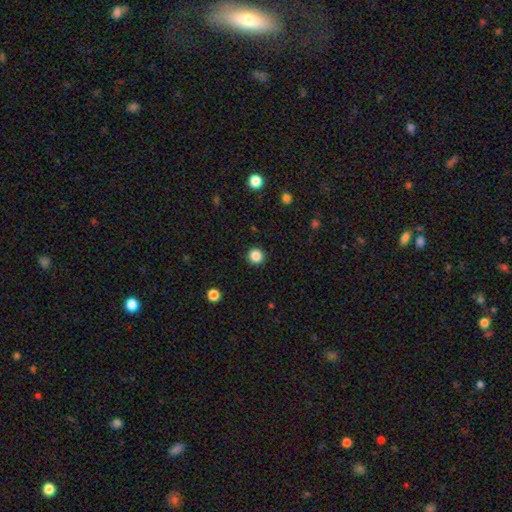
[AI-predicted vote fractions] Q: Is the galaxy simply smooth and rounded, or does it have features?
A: smooth — 86%.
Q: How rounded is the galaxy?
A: round — 95%.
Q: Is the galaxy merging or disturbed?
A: none — 93%.